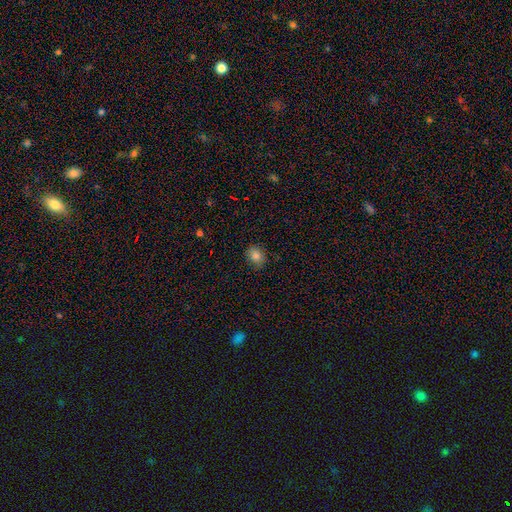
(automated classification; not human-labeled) Overall: smooth (83%). How rounded: round (56%; in between 43%). Merging: none (86%).